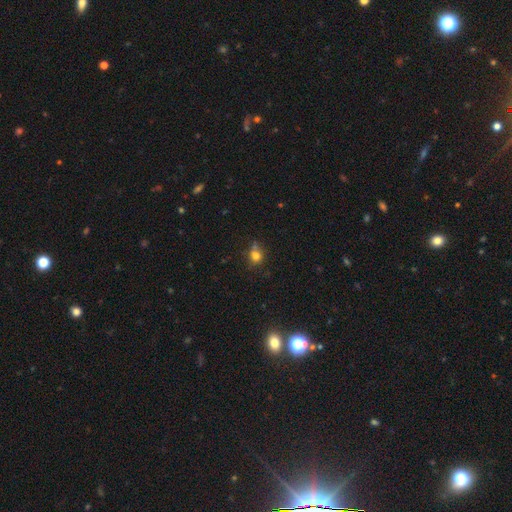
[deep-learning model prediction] This is likely a smooth galaxy (74%). How rounded: likely round (72%). Merging: possibly none (55%).